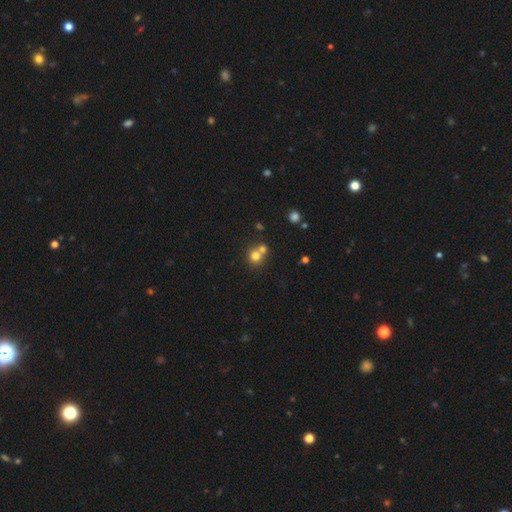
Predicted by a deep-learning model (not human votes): Morphology: type=smooth (75%); roundness=round (86%); merging=none (47%).